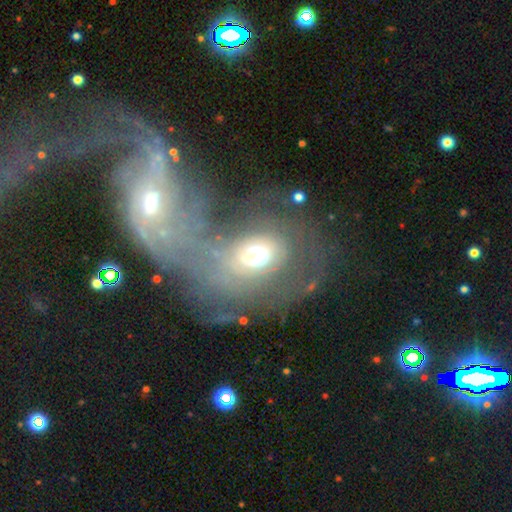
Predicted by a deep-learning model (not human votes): smooth_or_featured: featured or disk (p=0.53) [alt: smooth p=0.33]
disk_edge_on: no (p=0.95) [alt: yes p=0.05]
bar: no (p=0.81) [alt: weak p=0.13]
has_spiral_arms: no (p=0.54) [alt: yes p=0.46]
bulge_size: moderate (p=0.54) [alt: large p=0.29]
merging: merger (p=0.32) [alt: major disturbance p=0.28]